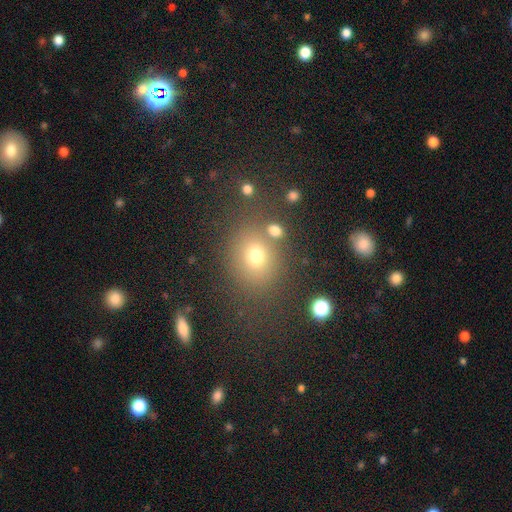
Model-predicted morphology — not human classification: type=smooth (71%); roundness=round (67%); merging=none (74%).